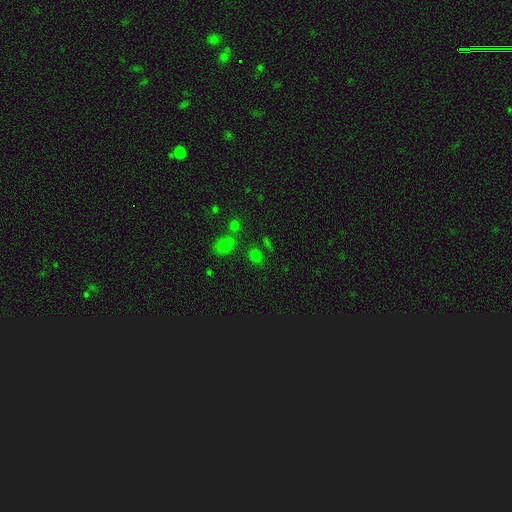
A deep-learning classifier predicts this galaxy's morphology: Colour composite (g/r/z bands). It shows a smooth galaxy with no disk features (64%) that is in between round and cigar-shaped (57%). Merging: none (69%).